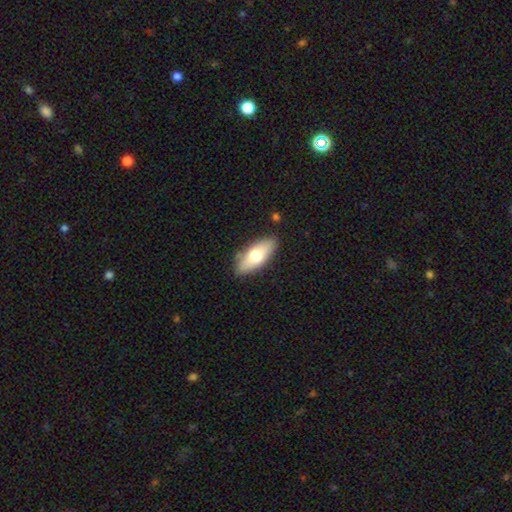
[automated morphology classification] Smooth or featured?
  - smooth: 67% *
  - featured or disk: 27%
  - star or artifact: 6%
How rounded?
  - in between: 78% *
  - cigar-shaped: 19%
  - round: 3%
Merging?
  - none: 84% *
  - minor disturbance: 12%
  - major disturbance: 2%
  - merger: 2%